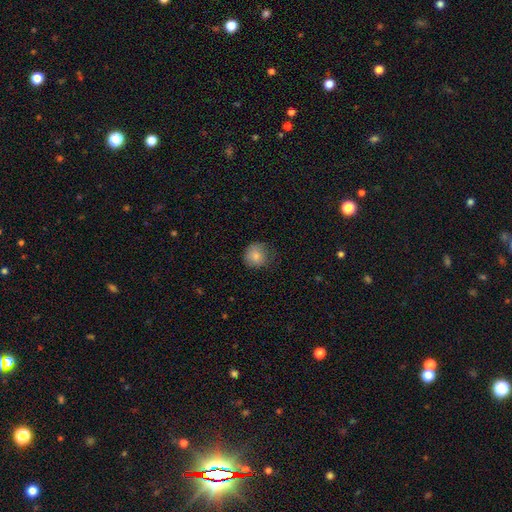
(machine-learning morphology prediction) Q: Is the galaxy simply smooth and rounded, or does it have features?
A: smooth — 83%.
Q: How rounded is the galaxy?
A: round — 86%.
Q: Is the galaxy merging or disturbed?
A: none — 66%.